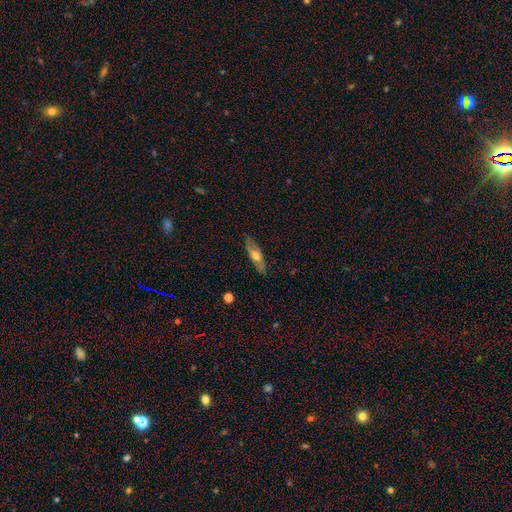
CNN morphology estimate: Q: Smooth or featured?
A: featured or disk (52%); runner-up: smooth (42%)
Q: Edge-on disk?
A: no (53%); runner-up: yes (47%)
Q: Merging?
A: none (84%); runner-up: minor disturbance (13%)